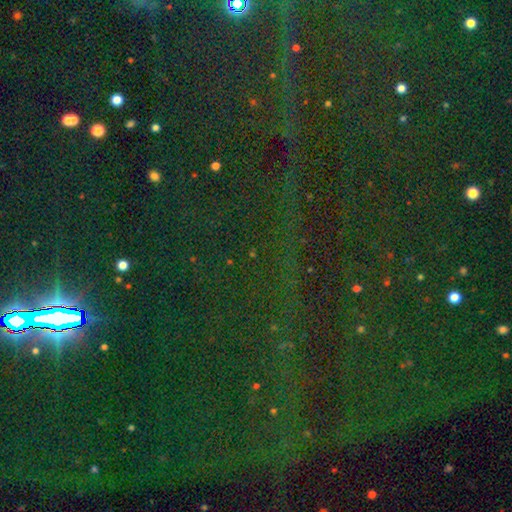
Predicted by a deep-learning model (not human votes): Smooth or featured? star or artifact (84%)